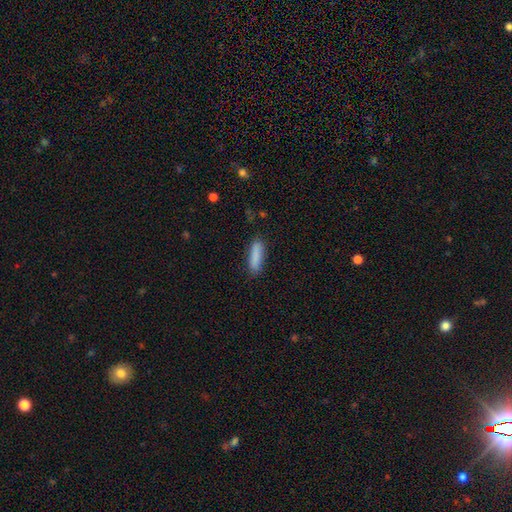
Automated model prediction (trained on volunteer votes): This is clearly a smooth galaxy (87%). How rounded: likely cigar-shaped (62%). Merging: clearly none (85%).